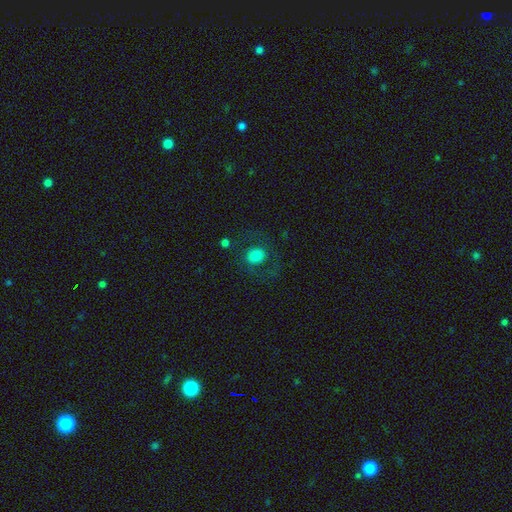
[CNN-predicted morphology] type=smooth (71%); roundness=round (79%); merging=none (71%).